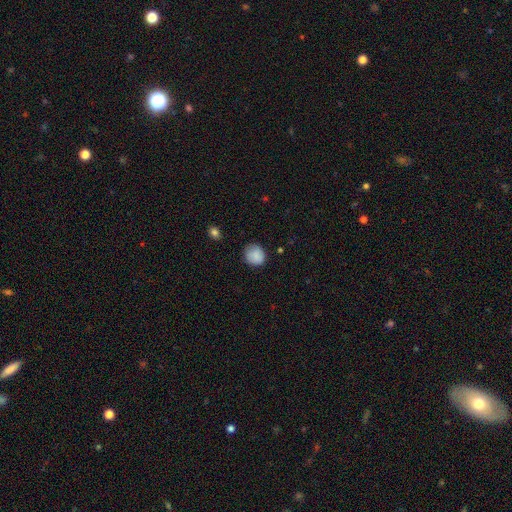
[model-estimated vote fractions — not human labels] Smooth or featured?
  - smooth: 87% *
  - star or artifact: 8%
  - featured or disk: 5%
How rounded?
  - round: 83% *
  - in between: 16%
  - cigar-shaped: 1%
Merging?
  - none: 76% *
  - minor disturbance: 19%
  - major disturbance: 4%
  - merger: 1%